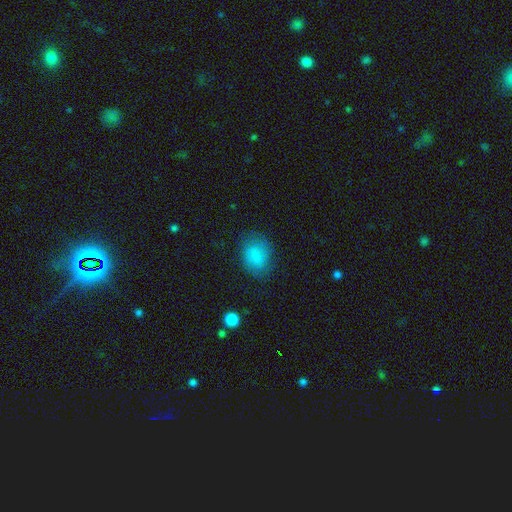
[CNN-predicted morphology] This appears to be a smooth galaxy with no disk features (81%) that is in between round and cigar-shaped (57%). Merging: none (73%).